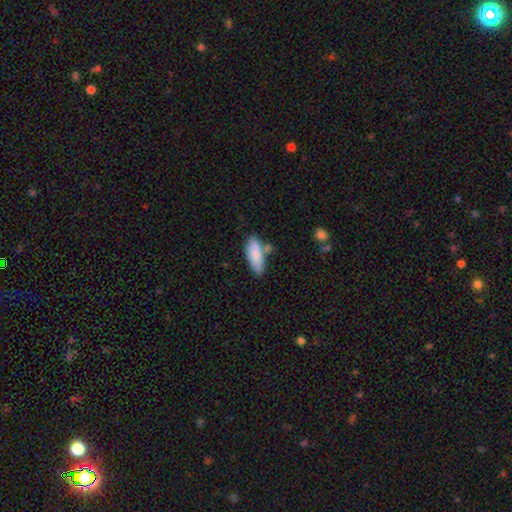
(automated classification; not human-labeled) This is clearly a smooth galaxy (84%). How rounded: likely in between (71%). Merging: likely none (62%).